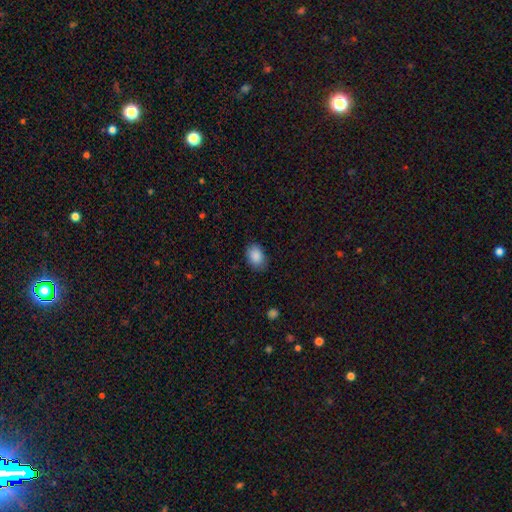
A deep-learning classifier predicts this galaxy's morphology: This is clearly a smooth galaxy (88%). How rounded: likely in between (79%). Merging: clearly none (81%).